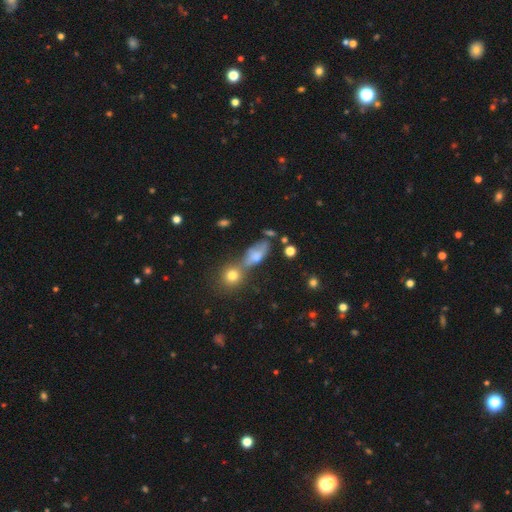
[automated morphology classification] type=smooth (61%); roundness=in between (72%); merging=none (37%).